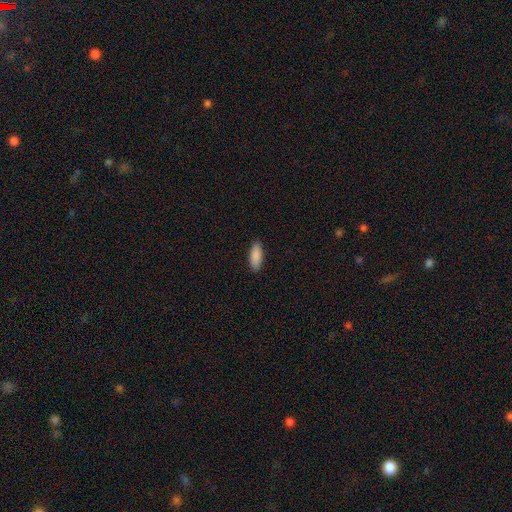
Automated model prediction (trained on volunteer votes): A smooth galaxy with no disk features (89%) that is in between round and cigar-shaped (74%).

Vote fractions:
- Smooth or featured? smooth: 89% / star or artifact: 6% / featured or disk: 5%
- How rounded? in between: 74% / cigar-shaped: 24% / round: 2%
- Merging? none: 89% / minor disturbance: 8% / major disturbance: 2% / merger: 1%